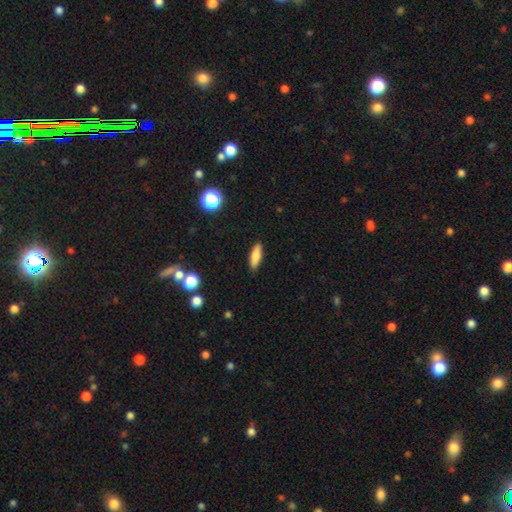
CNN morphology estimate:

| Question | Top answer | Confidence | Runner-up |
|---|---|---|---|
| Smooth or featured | smooth | 83% | featured or disk (10%) |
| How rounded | in between | 53% | cigar-shaped (45%) |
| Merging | none | 89% | minor disturbance (8%) |